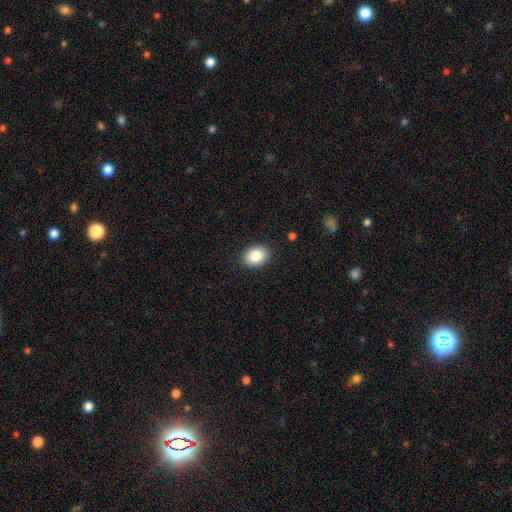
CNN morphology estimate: Smooth or featured? smooth (87%)
How rounded? in between (75%)
Merging? none (88%)